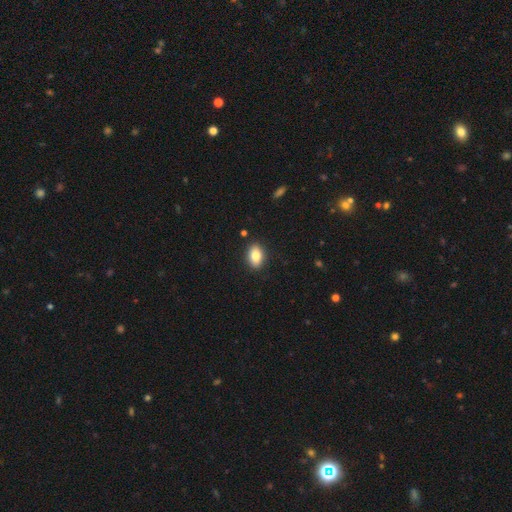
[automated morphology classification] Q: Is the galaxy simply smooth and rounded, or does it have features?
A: smooth — 82%.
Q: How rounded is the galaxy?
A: in between — 85%.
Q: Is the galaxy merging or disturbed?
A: none — 89%.